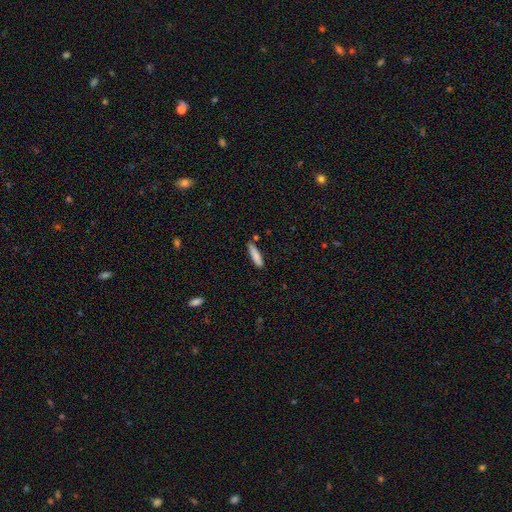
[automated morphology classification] smooth-or-featured: smooth: 83% | featured or disk: 10% | star or artifact: 6%
  how-rounded: cigar-shaped: 82% | in between: 17% | round: 1%
  merging: none: 80% | minor disturbance: 13% | merger: 4% | major disturbance: 2%